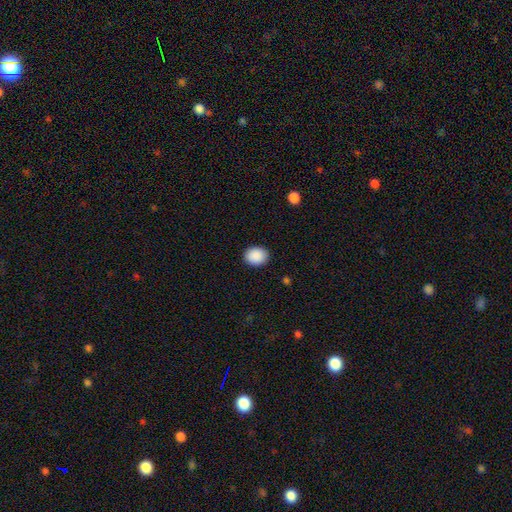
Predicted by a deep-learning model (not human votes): smooth_or_featured: smooth (p=0.90) [alt: star or artifact p=0.07]
how_rounded: round (p=0.50) [alt: in between p=0.49]
merging: none (p=0.90) [alt: minor disturbance p=0.07]